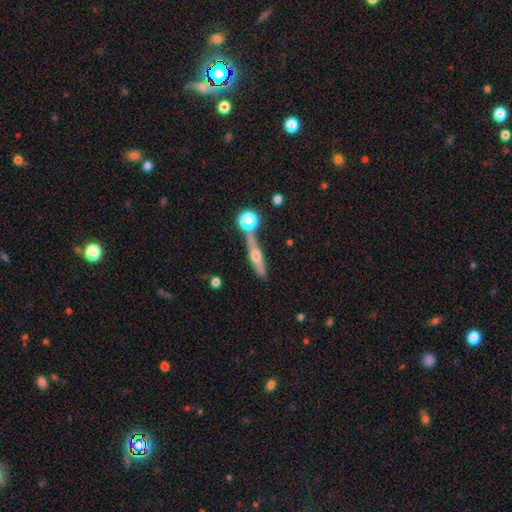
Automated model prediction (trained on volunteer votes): This appears to be a featured or disk galaxy (57%) viewed edge-on (88%) with a rounded central bulge (91%). Merging: none (69%).